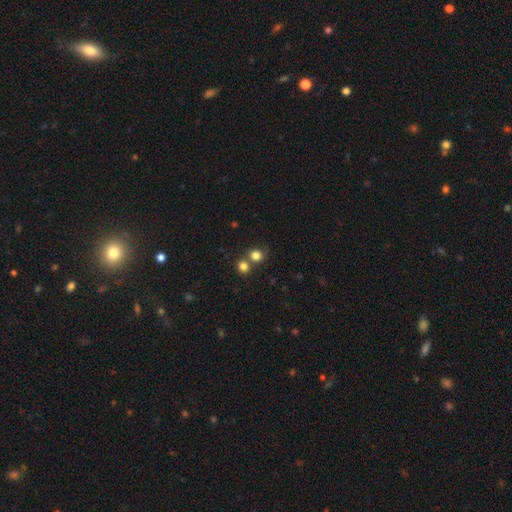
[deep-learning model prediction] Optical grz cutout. It shows a smooth galaxy with no disk features (81%) that is round (86%). Merging: none (57%).